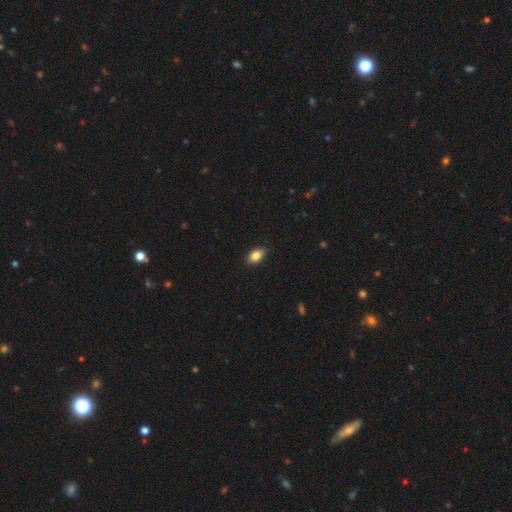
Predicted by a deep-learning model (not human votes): A smooth galaxy with no disk features (85%) that is in between round and cigar-shaped (89%). Merging: none (87%).